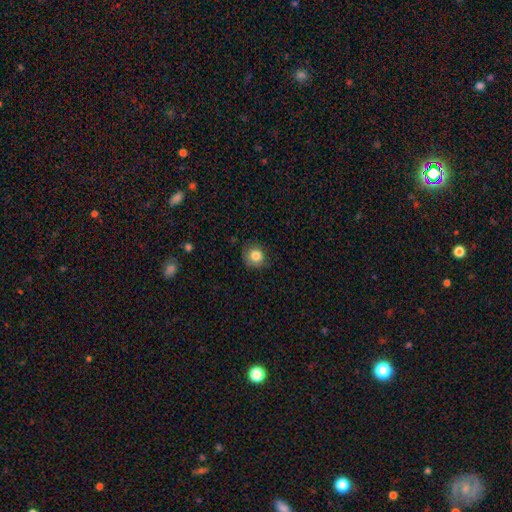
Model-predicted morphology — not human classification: A smooth galaxy with no disk features (83%) that is round (84%). Merging: none (77%).